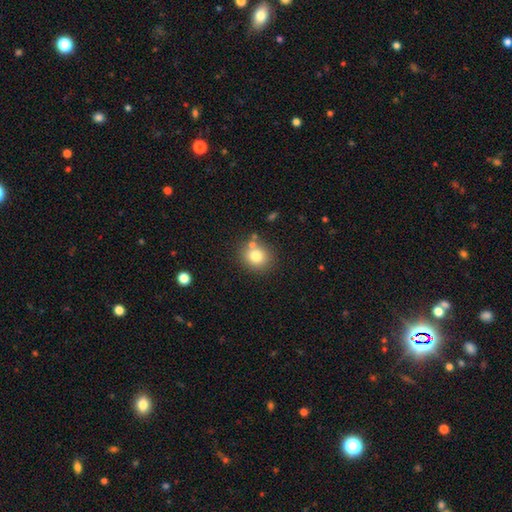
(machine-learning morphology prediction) The model was most divided on "merging": none: 75%, merger: 12%, minor disturbance: 11%, major disturbance: 3%. More confident: how rounded — round (81%); smooth or featured — smooth (78%).